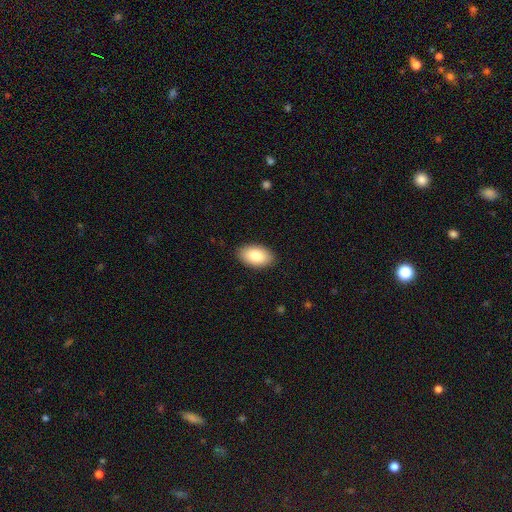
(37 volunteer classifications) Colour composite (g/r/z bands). It shows a smooth galaxy with no disk features (95%) that is in between round and cigar-shaped (94%). Merging: none (97%).